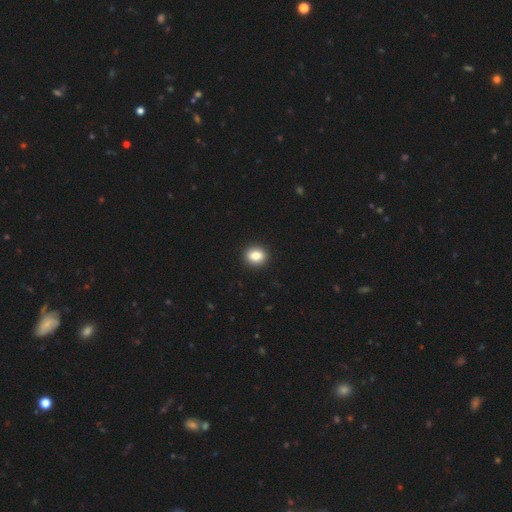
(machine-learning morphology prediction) The model was most divided on "how rounded": round: 54%, in between: 44%, cigar-shaped: 1%. More confident: merging — none (92%); smooth or featured — smooth (84%).